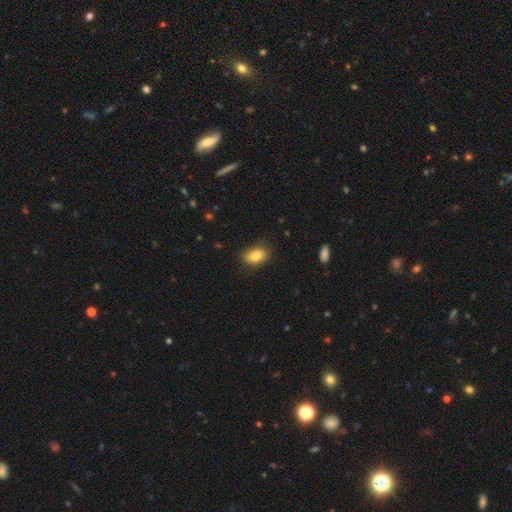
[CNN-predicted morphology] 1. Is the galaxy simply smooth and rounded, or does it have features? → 82% smooth, 9% featured or disk, 9% star or artifact.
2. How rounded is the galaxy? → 79% in between, 19% round, 2% cigar-shaped.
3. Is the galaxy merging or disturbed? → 74% none, 20% minor disturbance, 4% major disturbance, 1% merger.